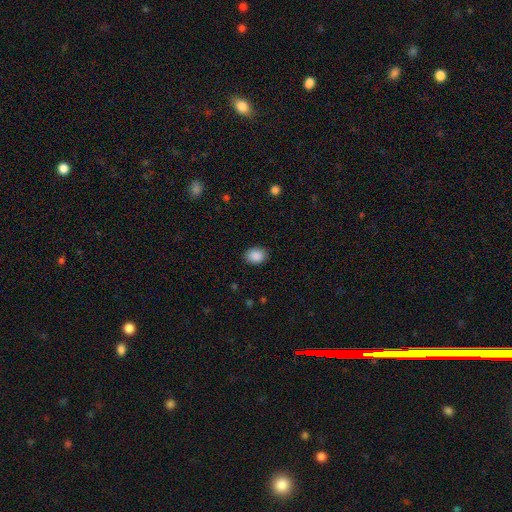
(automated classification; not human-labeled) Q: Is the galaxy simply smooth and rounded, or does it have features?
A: smooth — 89%.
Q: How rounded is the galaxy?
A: in between — 61%.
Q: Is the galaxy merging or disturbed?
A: none — 87%.